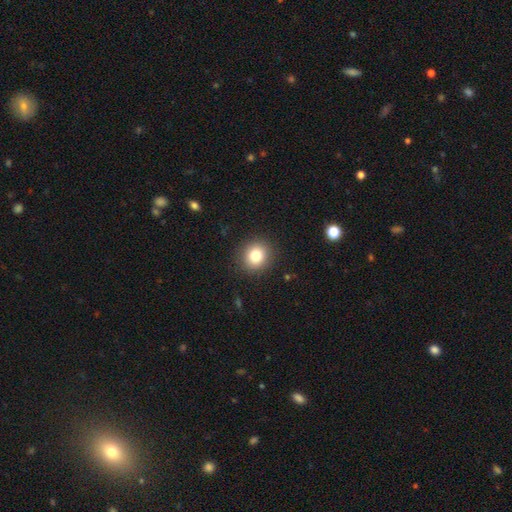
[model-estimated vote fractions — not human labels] The model was most divided on "smooth or featured": smooth: 81%, star or artifact: 11%, featured or disk: 8%. More confident: merging — none (90%); how rounded — round (87%).